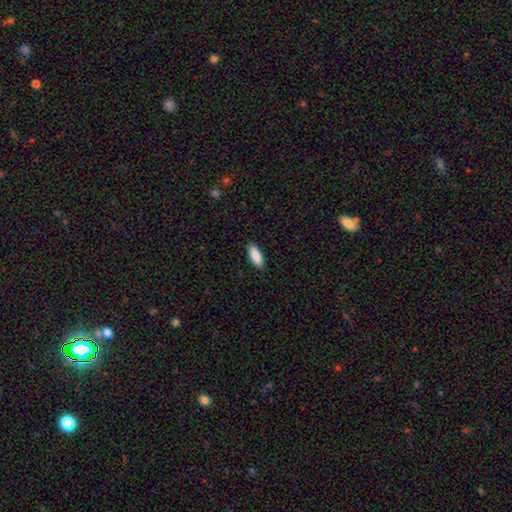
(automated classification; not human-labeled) Overall: smooth (88%). How rounded: in between (76%). Merging: none (90%).